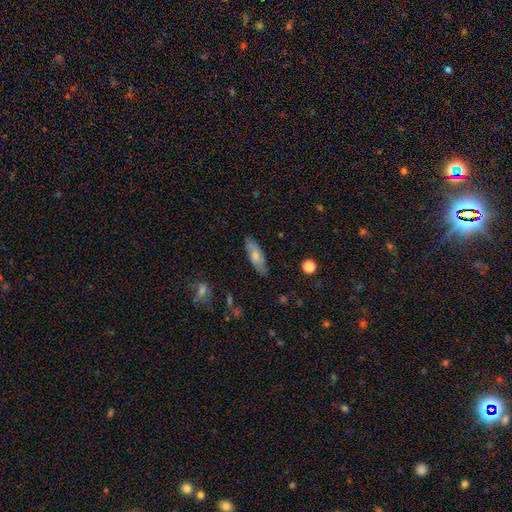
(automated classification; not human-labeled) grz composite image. It shows a smooth galaxy with no disk features (55%) that is in between round and cigar-shaped (63%). Merging: none (79%).